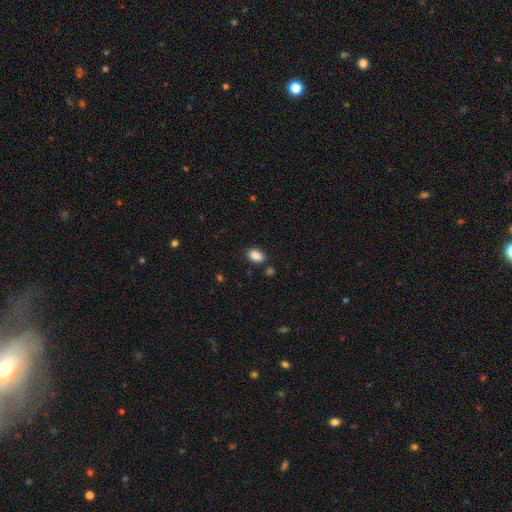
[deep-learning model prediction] Smooth or featured: smooth — 88% (star or artifact — 8%)
How rounded: in between — 88% (round — 10%)
Merging: none — 81% (minor disturbance — 12%)